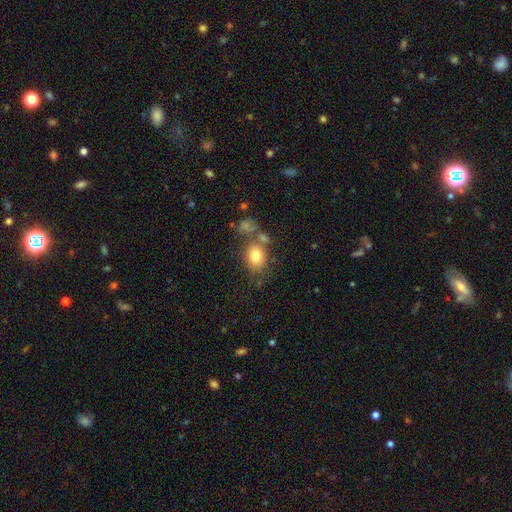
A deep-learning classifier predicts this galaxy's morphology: Smooth or featured?
  - smooth: 78% *
  - featured or disk: 12%
  - star or artifact: 10%
How rounded?
  - in between: 53% *
  - round: 46%
  - cigar-shaped: 1%
Merging?
  - none: 60% *
  - merger: 18%
  - minor disturbance: 15%
  - major disturbance: 7%